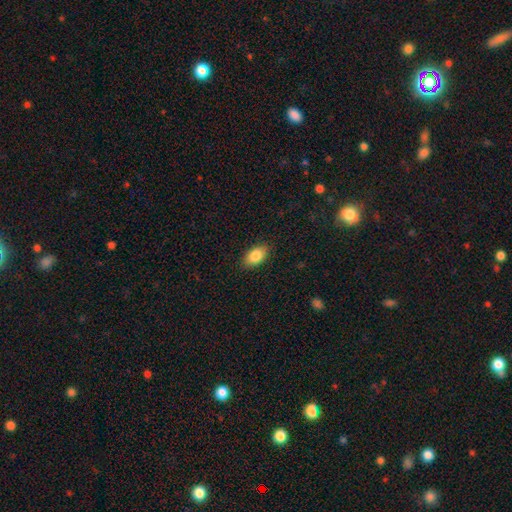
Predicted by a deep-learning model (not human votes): Smooth or featured?
  - smooth: 85% *
  - featured or disk: 7%
  - star or artifact: 7%
How rounded?
  - in between: 92% *
  - round: 6%
  - cigar-shaped: 2%
Merging?
  - none: 88% *
  - minor disturbance: 9%
  - major disturbance: 2%
  - merger: 1%